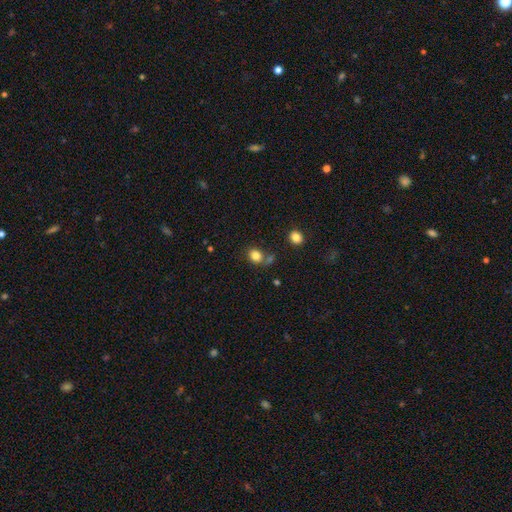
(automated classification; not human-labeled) This is clearly a smooth galaxy (83%). How rounded: possibly round (59%). Merging: likely none (66%).